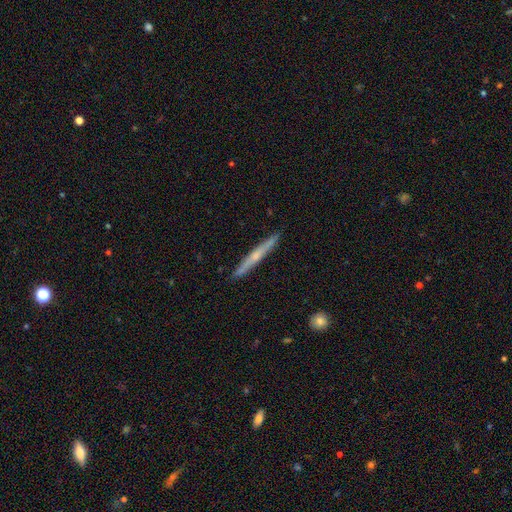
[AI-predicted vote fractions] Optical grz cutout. It shows a featured or disk galaxy (60%) viewed edge-on (97%) with a rounded central bulge (56%). Merging: none (92%).